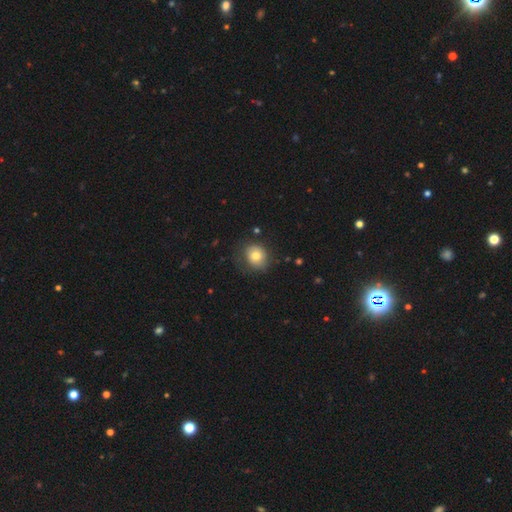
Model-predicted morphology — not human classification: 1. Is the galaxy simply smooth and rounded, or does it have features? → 77% smooth, 14% featured or disk, 9% star or artifact.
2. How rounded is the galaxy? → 76% round, 23% in between, 1% cigar-shaped.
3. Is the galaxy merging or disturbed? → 70% none, 20% minor disturbance, 8% major disturbance, 2% merger.